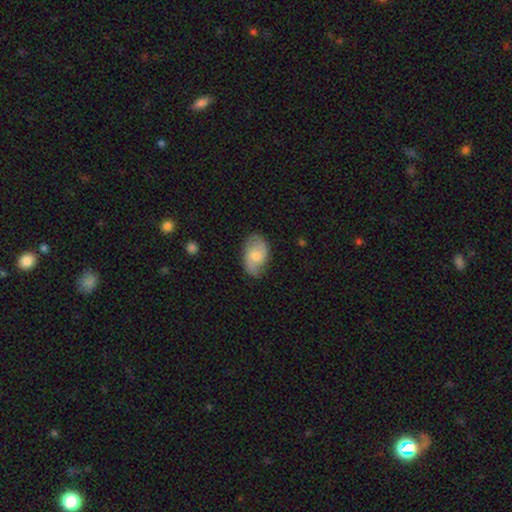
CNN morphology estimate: Q: Smooth or featured?
A: smooth (48%); runner-up: featured or disk (46%)
Q: Merging?
A: none (66%); runner-up: minor disturbance (24%)